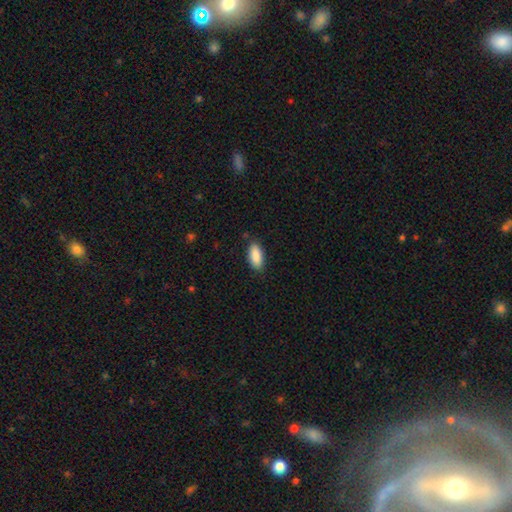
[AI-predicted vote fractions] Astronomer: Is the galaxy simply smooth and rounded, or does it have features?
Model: smooth — 89%.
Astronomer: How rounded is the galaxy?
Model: in between — 86%.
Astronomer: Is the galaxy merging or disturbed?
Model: none — 84%.